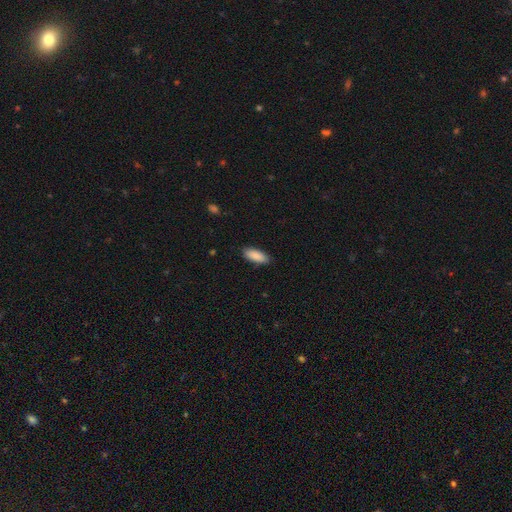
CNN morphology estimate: smooth 89%, star or artifact 6%, featured or disk 5%. Down the decision tree: how rounded — in between (78%); merging — none (88%).